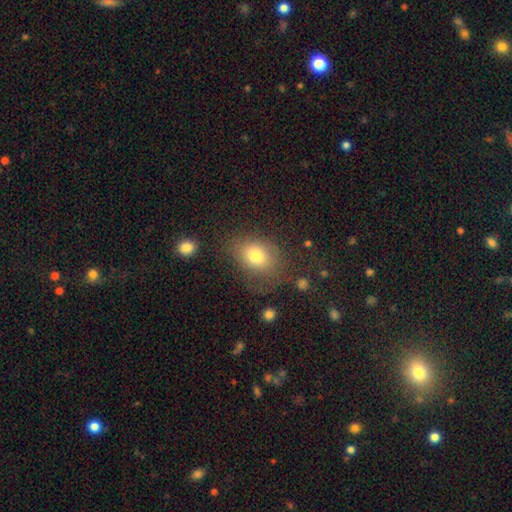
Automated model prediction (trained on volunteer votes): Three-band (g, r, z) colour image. It shows a smooth galaxy with no disk features (76%) that is in between round and cigar-shaped (66%). Merging: none (64%).